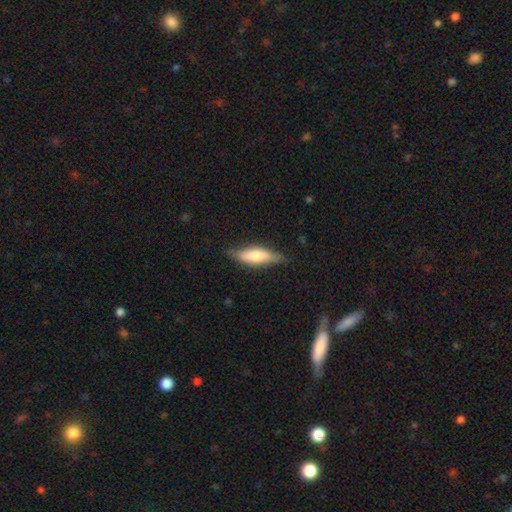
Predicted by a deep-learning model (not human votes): Overall: smooth (63%; featured or disk 31%). How rounded: cigar-shaped (57%; in between 41%). Merging: none (75%).